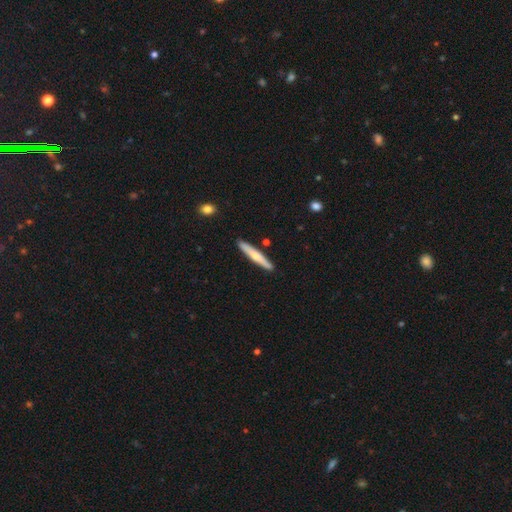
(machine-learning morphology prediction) Q: Smooth or featured?
A: smooth (55%); runner-up: featured or disk (40%)
Q: How rounded?
A: cigar-shaped (93%); runner-up: in between (6%)
Q: Merging?
A: none (89%); runner-up: minor disturbance (8%)